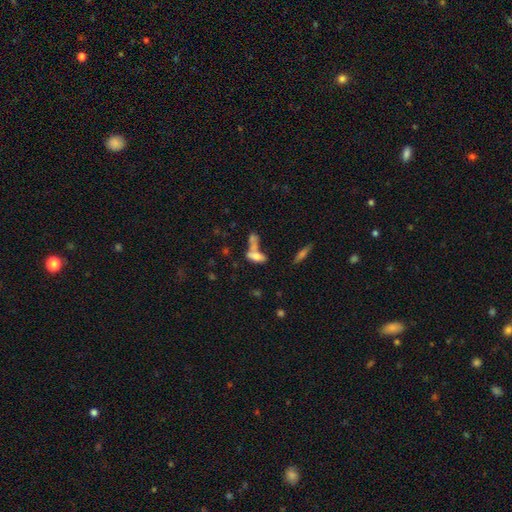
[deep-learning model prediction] The model was most divided on "merging": merger: 51%, none: 28%, minor disturbance: 11%, major disturbance: 10%. More confident: how rounded — in between (69%); smooth or featured — smooth (63%).